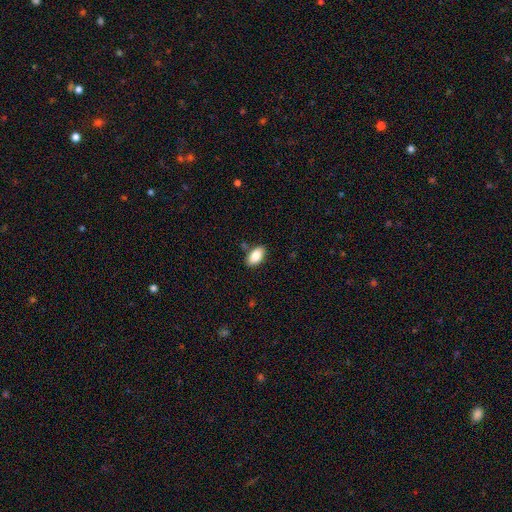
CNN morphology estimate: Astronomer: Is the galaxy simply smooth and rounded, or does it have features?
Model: smooth — 84%.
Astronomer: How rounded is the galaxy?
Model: in between — 93%.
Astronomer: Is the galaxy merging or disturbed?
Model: none — 83%.